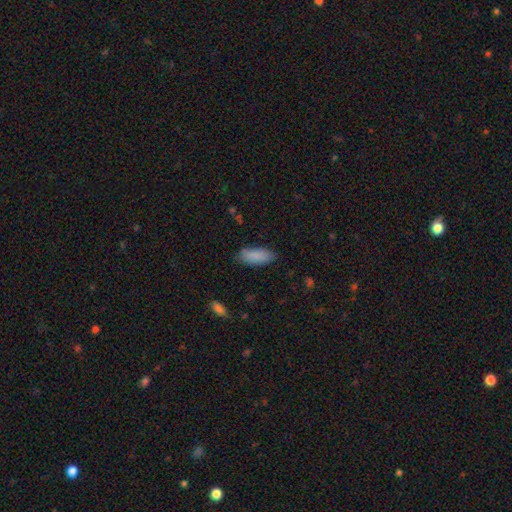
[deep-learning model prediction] Smooth or featured? smooth (88%)
How rounded? in between (81%)
Merging? none (83%)